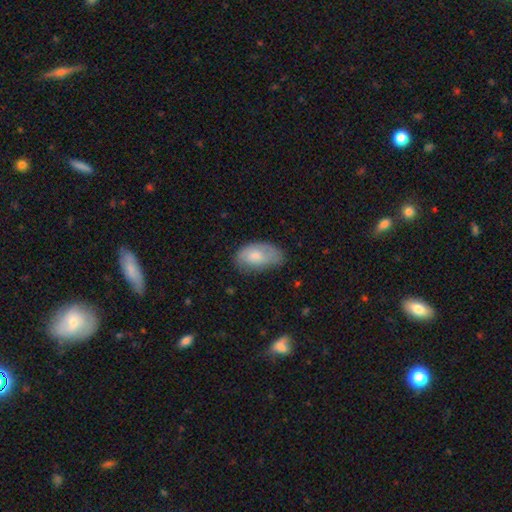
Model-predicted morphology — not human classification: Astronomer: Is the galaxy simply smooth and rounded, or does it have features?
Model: smooth — 65%.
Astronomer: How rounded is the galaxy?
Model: in between — 93%.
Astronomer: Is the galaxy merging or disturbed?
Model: none — 63%.